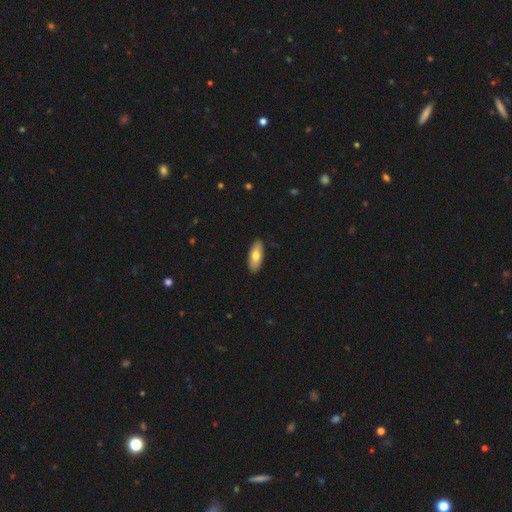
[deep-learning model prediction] smooth_or_featured: smooth (p=0.72) [alt: featured or disk p=0.23]
how_rounded: in between (p=0.81) [alt: cigar-shaped p=0.17]
merging: none (p=0.89) [alt: minor disturbance p=0.08]